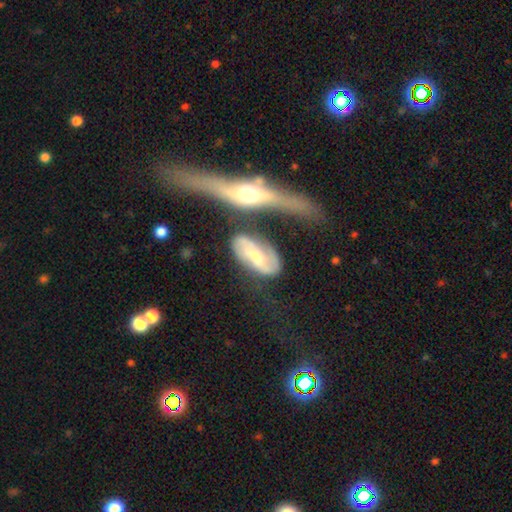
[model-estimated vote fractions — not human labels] The model was most divided on "spiral winding": medium: 40%, loose: 36%, tight: 23%. Remaining: spiral arms — yes (87%); spiral arm count — 2 (86%); edge-on disk — no (83%); smooth or featured — featured or disk (70%); bulge size — moderate (52%); merging — none (48%); bar — weak (42%).